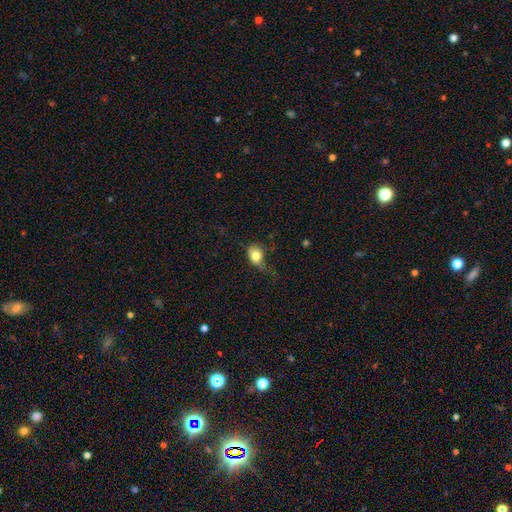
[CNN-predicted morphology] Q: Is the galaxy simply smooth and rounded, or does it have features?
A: smooth — 77%.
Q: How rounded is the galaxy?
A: in between — 52%.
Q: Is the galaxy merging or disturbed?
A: minor disturbance — 35%.